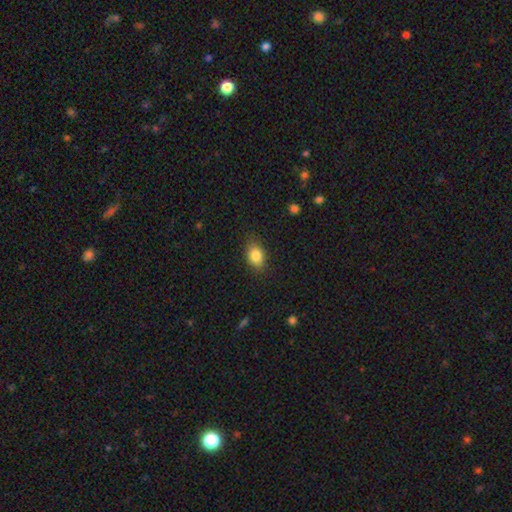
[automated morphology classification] smooth_or_featured: smooth (p=0.84) [alt: star or artifact p=0.09]
how_rounded: in between (p=0.75) [alt: round p=0.23]
merging: none (p=0.84) [alt: minor disturbance p=0.13]